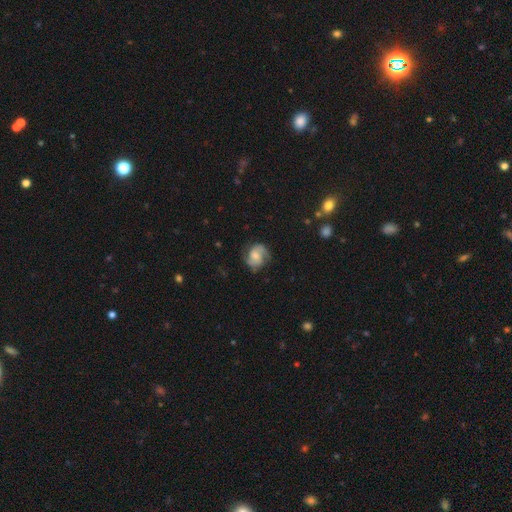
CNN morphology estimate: type=featured or disk (68%); edge-on=no (98%); bar=no (57%); spiral arms=yes (93%); winding=medium (48%); arm count=2 (76%); bulge=moderate (41%); merging=none (69%).